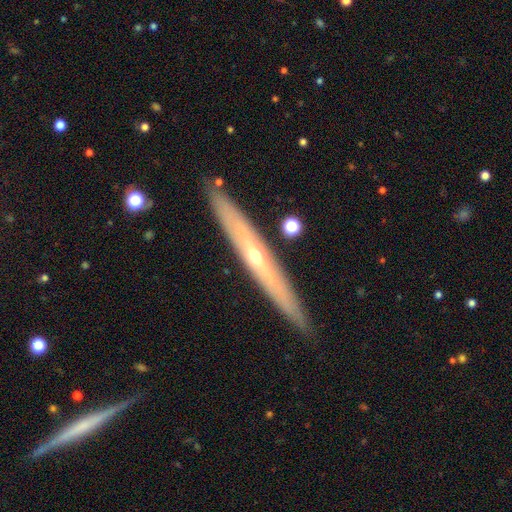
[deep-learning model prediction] This is likely a featured or disk galaxy (72%). It is clearly viewed edge-on (91%). Edge-on bulge: likely rounded (70%). Merging: clearly none (89%).